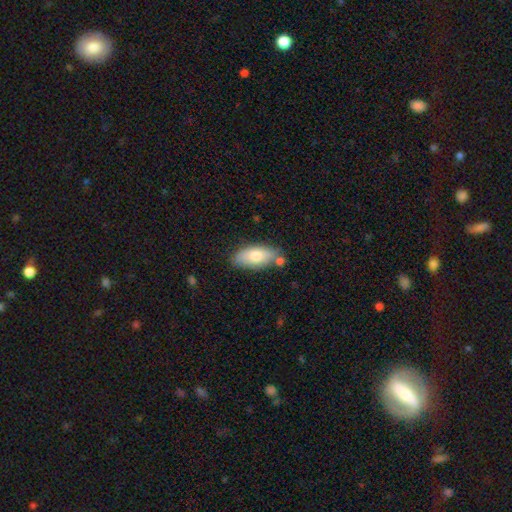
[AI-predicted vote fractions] A smooth galaxy with no disk features (74%) that is in between round and cigar-shaped (87%).

Vote fractions:
- Smooth or featured? smooth: 74% / featured or disk: 19% / star or artifact: 6%
- How rounded? in between: 87% / cigar-shaped: 10% / round: 3%
- Merging? none: 72% / minor disturbance: 16% / merger: 9% / major disturbance: 3%